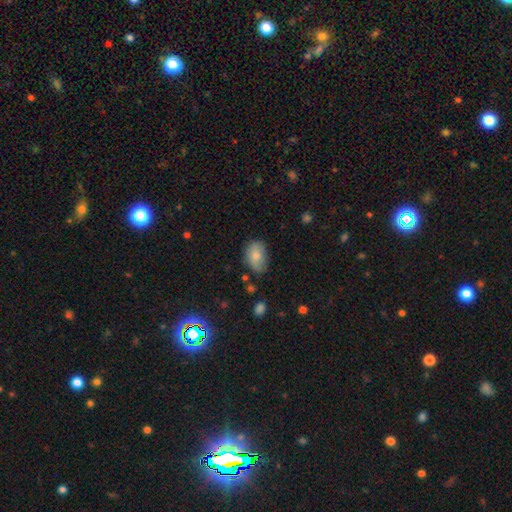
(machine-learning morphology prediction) Smooth or featured: smooth — 77% (featured or disk — 15%)
How rounded: in between — 85% (round — 13%)
Merging: none — 62% (minor disturbance — 29%)